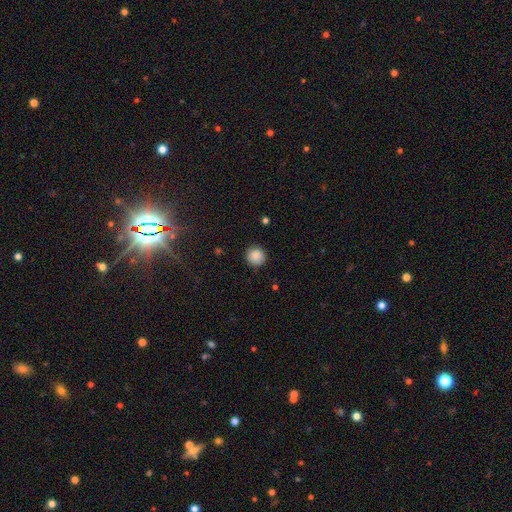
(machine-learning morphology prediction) This appears to be a smooth galaxy with no disk features (88%) that is round (95%). Merging: none (89%).